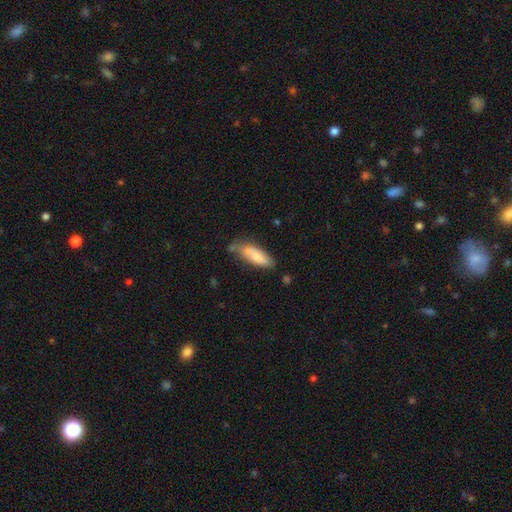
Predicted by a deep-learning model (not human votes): A smooth galaxy with no disk features (77%) that is in between round and cigar-shaped (57%).

Vote fractions:
- Smooth or featured? smooth: 77% / featured or disk: 17% / star or artifact: 7%
- How rounded? in between: 57% / cigar-shaped: 41% / round: 2%
- Merging? none: 54% / minor disturbance: 29% / merger: 9% / major disturbance: 8%